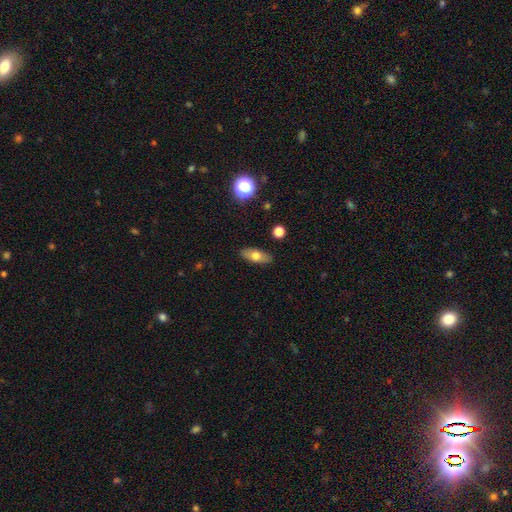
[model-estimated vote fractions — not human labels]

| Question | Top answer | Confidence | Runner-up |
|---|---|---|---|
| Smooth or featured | smooth | 67% | featured or disk (25%) |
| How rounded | in between | 76% | cigar-shaped (18%) |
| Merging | none | 87% | minor disturbance (10%) |